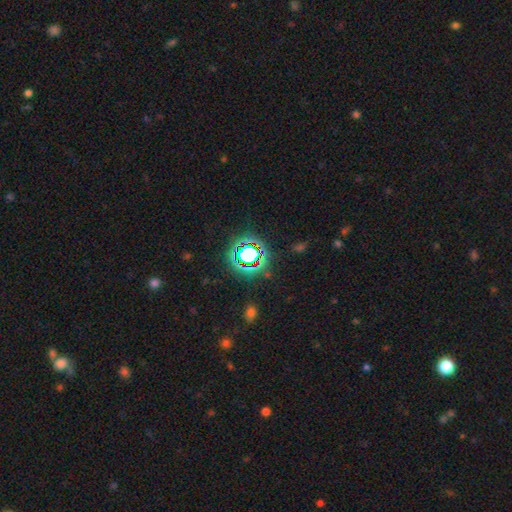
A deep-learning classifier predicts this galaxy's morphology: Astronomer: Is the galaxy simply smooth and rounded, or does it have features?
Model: star or artifact — 77%.